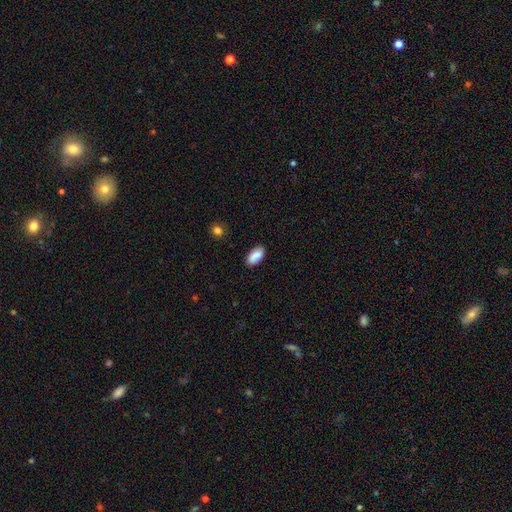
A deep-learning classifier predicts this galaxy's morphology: smooth-or-featured: smooth: 82% | featured or disk: 11% | star or artifact: 7%
  how-rounded: in between: 93% | cigar-shaped: 4% | round: 3%
  merging: none: 77% | minor disturbance: 15% | merger: 4% | major disturbance: 3%